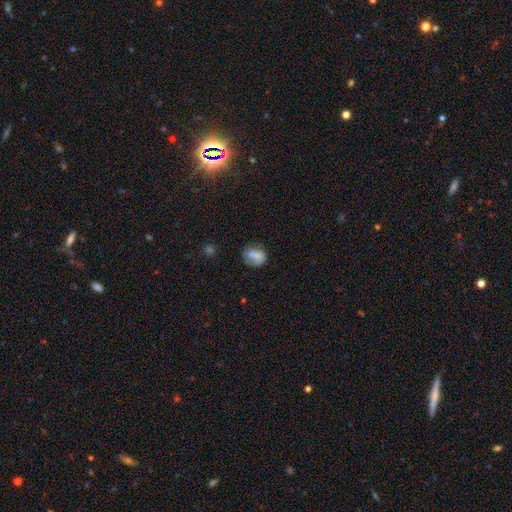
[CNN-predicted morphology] Smooth or featured? smooth (67%)
How rounded? round (58%)
Merging? none (47%)